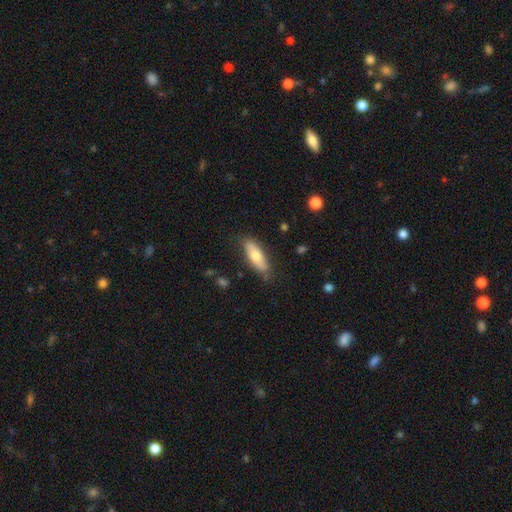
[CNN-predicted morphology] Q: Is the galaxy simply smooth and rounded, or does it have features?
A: smooth — 65%.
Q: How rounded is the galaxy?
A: in between — 61%.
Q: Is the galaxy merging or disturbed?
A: none — 81%.